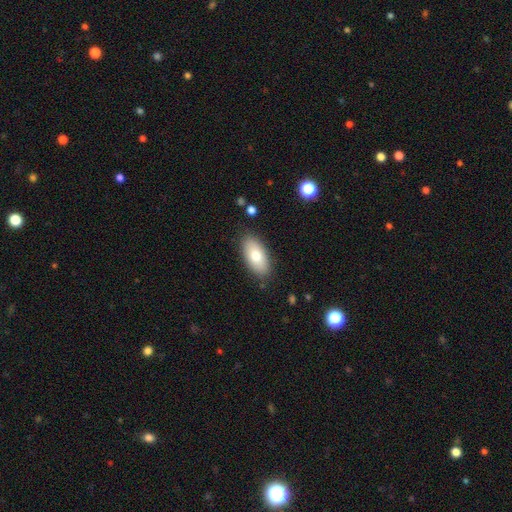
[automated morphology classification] This appears to be a smooth galaxy with no disk features (75%) that is in between round and cigar-shaped (92%). Merging: none (85%).